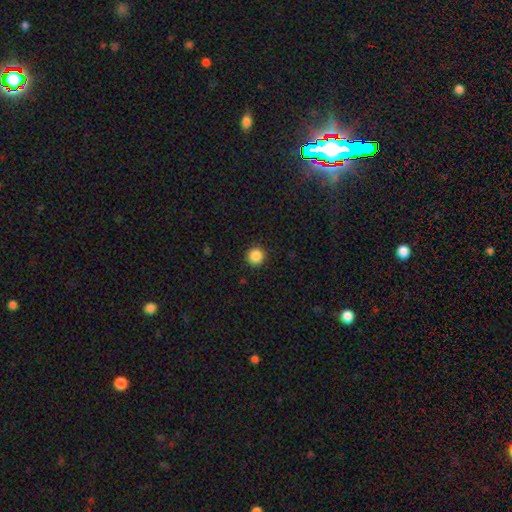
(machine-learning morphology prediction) Q: Smooth or featured?
A: smooth (87%); runner-up: star or artifact (10%)
Q: How rounded?
A: round (96%); runner-up: in between (3%)
Q: Merging?
A: none (92%); runner-up: minor disturbance (5%)